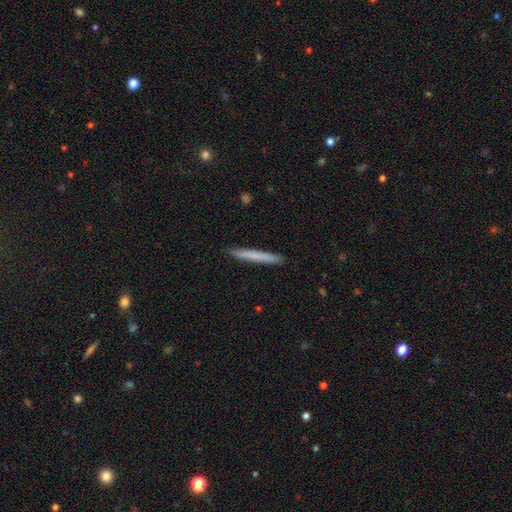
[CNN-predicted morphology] Q: Smooth or featured?
A: smooth (69%); runner-up: featured or disk (25%)
Q: How rounded?
A: cigar-shaped (97%); runner-up: in between (2%)
Q: Merging?
A: none (92%); runner-up: minor disturbance (6%)